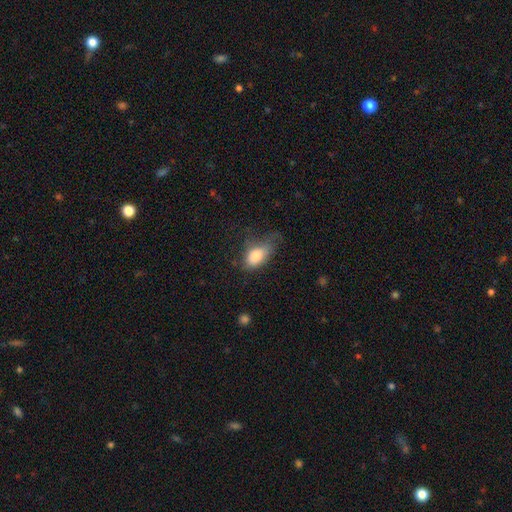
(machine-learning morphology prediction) Smooth or featured?
  - smooth: 79% *
  - featured or disk: 13%
  - star or artifact: 8%
How rounded?
  - in between: 89% *
  - round: 7%
  - cigar-shaped: 4%
Merging?
  - none: 36% *
  - minor disturbance: 35%
  - major disturbance: 26%
  - merger: 2%